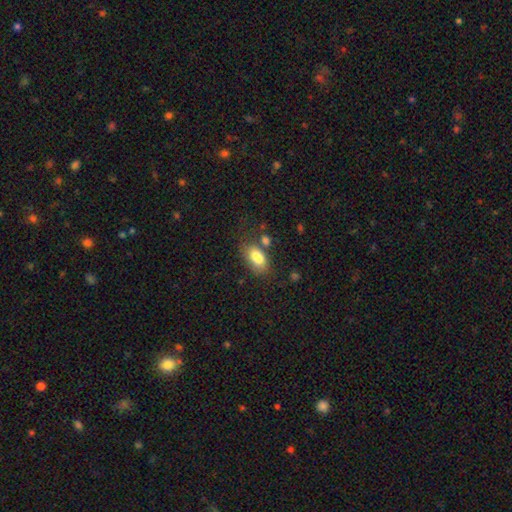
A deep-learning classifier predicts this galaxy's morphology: Smooth or featured? Predicted: smooth (p=0.80). How rounded? Predicted: in between (p=0.88). Merging? Predicted: none (p=0.53).